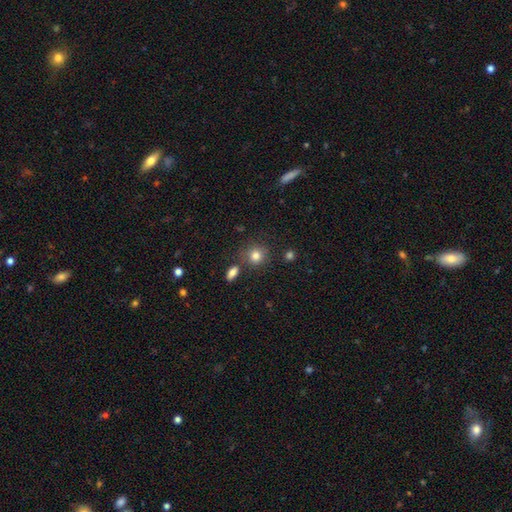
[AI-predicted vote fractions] This is clearly a smooth galaxy (82%). How rounded: clearly round (84%). Merging: likely none (76%).